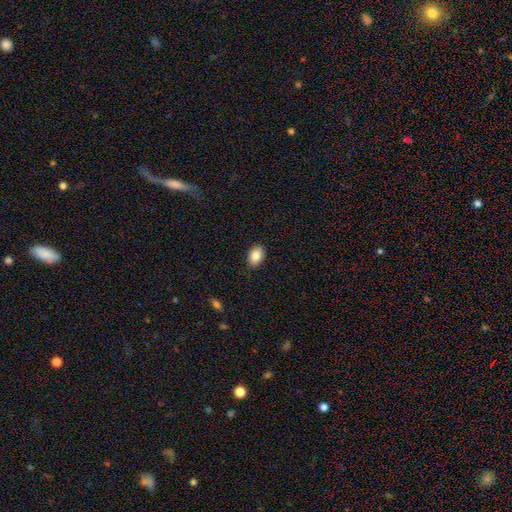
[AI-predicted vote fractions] A smooth galaxy with no disk features (86%) that is in between round and cigar-shaped (81%). Merging: none (87%).